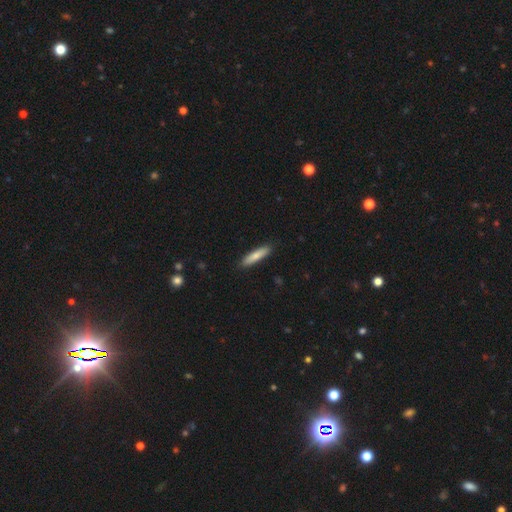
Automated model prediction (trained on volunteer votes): Smooth or featured? smooth (75%)
How rounded? cigar-shaped (82%)
Merging? none (89%)